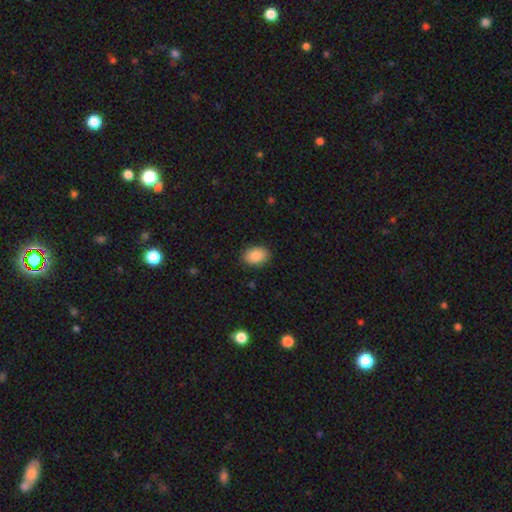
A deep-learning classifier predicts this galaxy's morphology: Smooth or featured? Predicted: smooth (p=0.88). How rounded? Predicted: in between (p=0.81). Merging? Predicted: none (p=0.88).